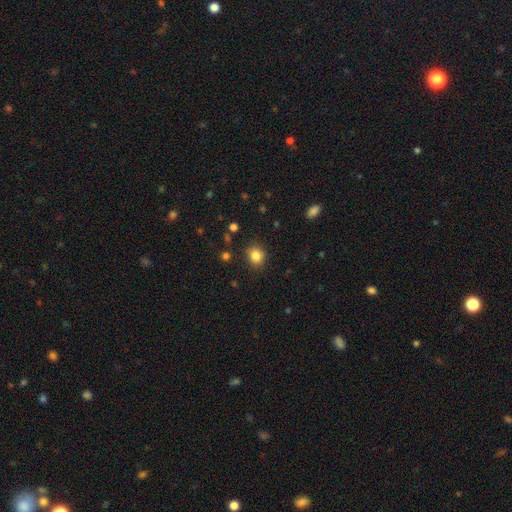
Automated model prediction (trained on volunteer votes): This is clearly a smooth galaxy (84%). How rounded: likely round (71%). Merging: clearly none (86%).